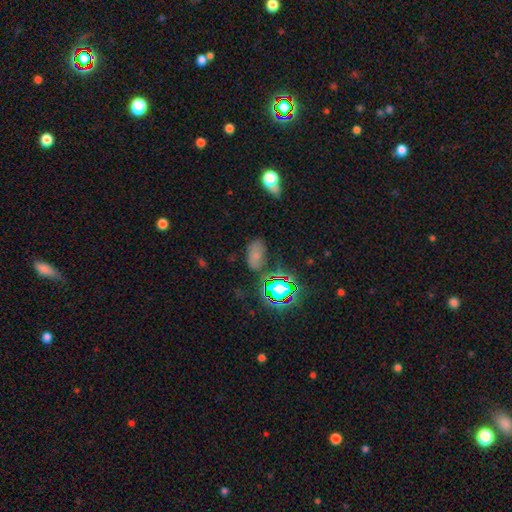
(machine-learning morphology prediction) smooth_or_featured: smooth (p=0.60) [alt: star or artifact p=0.27]
how_rounded: in between (p=0.88) [alt: round p=0.10]
merging: none (p=0.62) [alt: minor disturbance p=0.23]